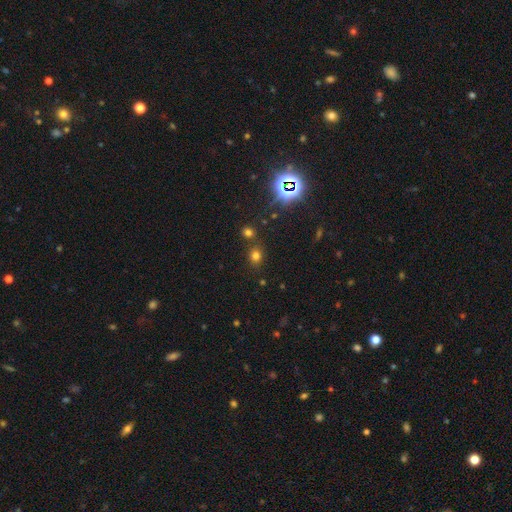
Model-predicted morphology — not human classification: A smooth galaxy with no disk features (67%) that is round (68%).

Vote fractions:
- Smooth or featured? smooth: 67% / star or artifact: 26% / featured or disk: 7%
- How rounded? round: 68% / in between: 31% / cigar-shaped: 1%
- Merging? none: 75% / merger: 12% / minor disturbance: 10% / major disturbance: 4%